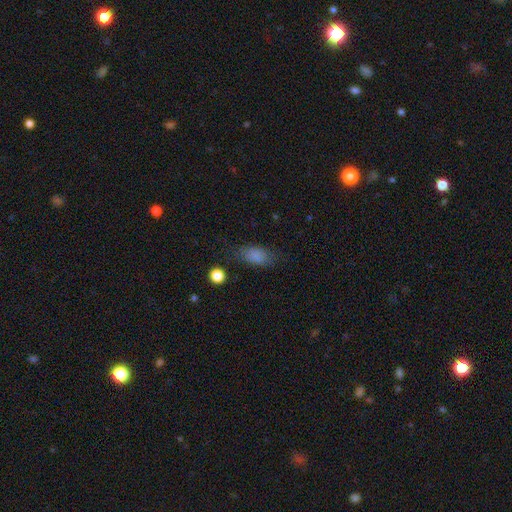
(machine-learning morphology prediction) smooth 82%, star or artifact 11%, featured or disk 8%. Down the decision tree: how rounded — in between (86%); merging — none (71%).